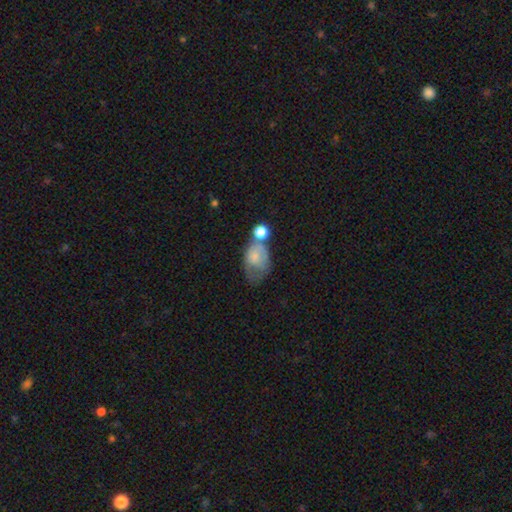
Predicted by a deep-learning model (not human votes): The model was most divided on "merging": merger: 27%, major disturbance: 26%, minor disturbance: 24%, none: 23%. More confident: how rounded — in between (79%); smooth or featured — smooth (64%).